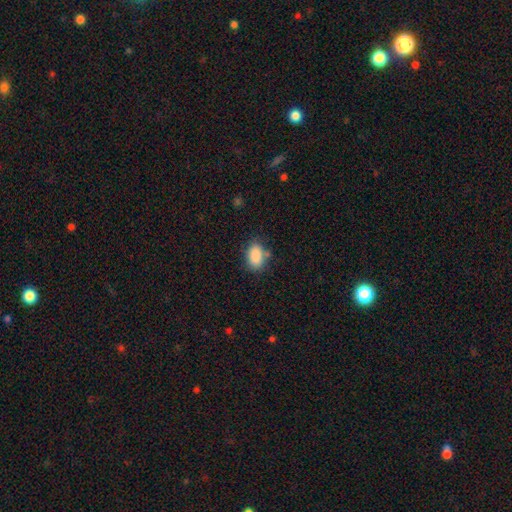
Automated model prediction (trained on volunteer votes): A smooth galaxy with no disk features (87%) that is in between round and cigar-shaped (88%). Merging: none (74%).